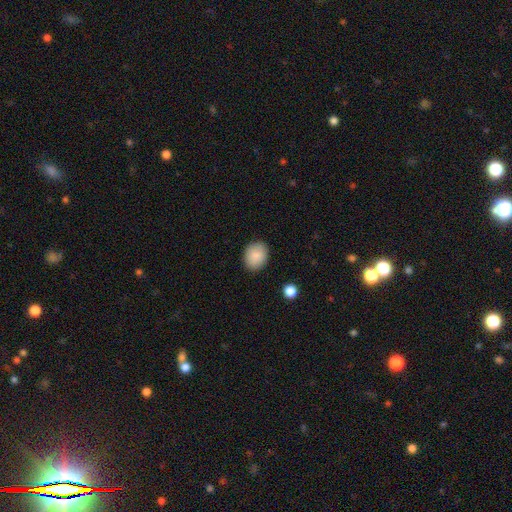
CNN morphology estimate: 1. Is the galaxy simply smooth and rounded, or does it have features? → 86% smooth, 7% star or artifact, 7% featured or disk.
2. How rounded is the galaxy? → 50% in between, 49% round, 1% cigar-shaped.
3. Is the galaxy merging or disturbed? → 88% none, 9% minor disturbance, 2% major disturbance, 1% merger.